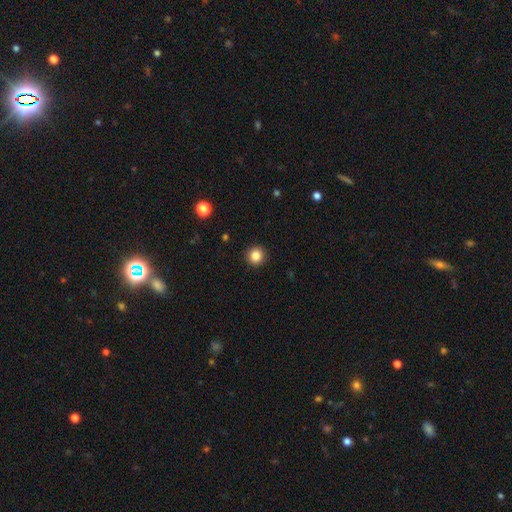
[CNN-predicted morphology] This is clearly a smooth galaxy (84%). How rounded: clearly round (94%). Merging: clearly none (92%).